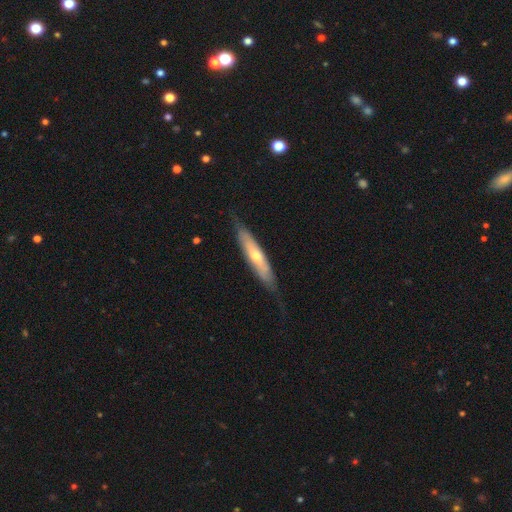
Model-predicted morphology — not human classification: This is possibly a featured or disk galaxy (53%). It is likely viewed edge-on (68%). Merging: likely none (75%).